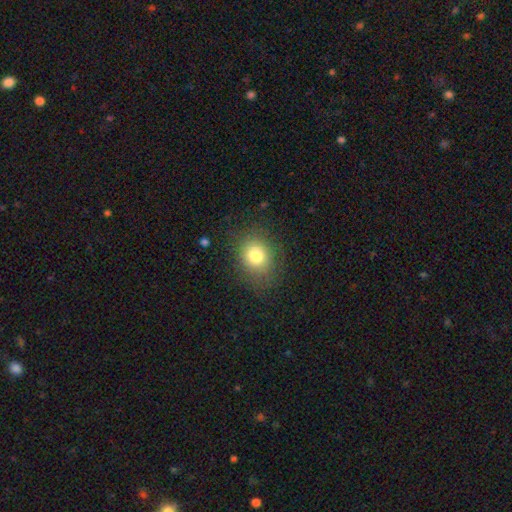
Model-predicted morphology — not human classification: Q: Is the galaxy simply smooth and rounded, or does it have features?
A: smooth — 78%.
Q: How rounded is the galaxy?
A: round — 67%.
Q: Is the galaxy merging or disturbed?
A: none — 82%.